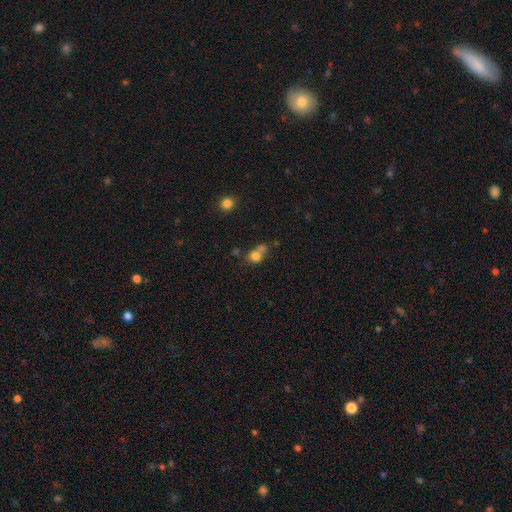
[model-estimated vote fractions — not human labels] Q: Smooth or featured?
A: smooth (75%); runner-up: star or artifact (13%)
Q: How rounded?
A: round (74%); runner-up: in between (25%)
Q: Merging?
A: merger (49%); runner-up: none (36%)